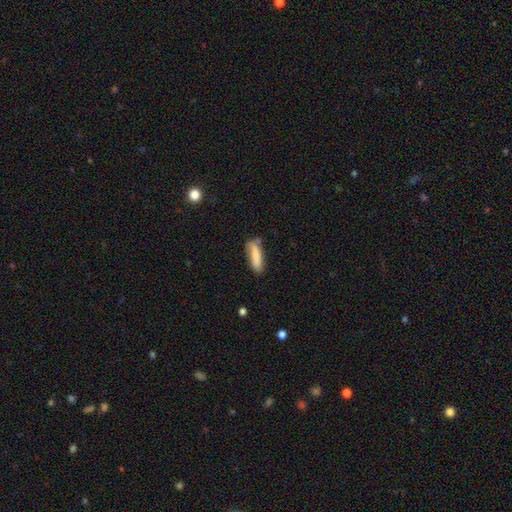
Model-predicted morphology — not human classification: Smooth or featured?
  - smooth: 81% *
  - featured or disk: 13%
  - star or artifact: 7%
How rounded?
  - cigar-shaped: 59% *
  - in between: 39%
  - round: 2%
Merging?
  - none: 61% *
  - minor disturbance: 26%
  - merger: 7%
  - major disturbance: 6%